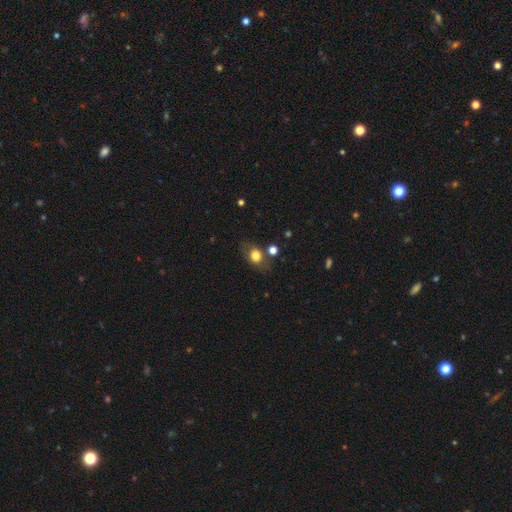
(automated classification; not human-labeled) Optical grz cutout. It shows a smooth galaxy with no disk features (74%) that is in between round and cigar-shaped (57%). Merging: none (68%).